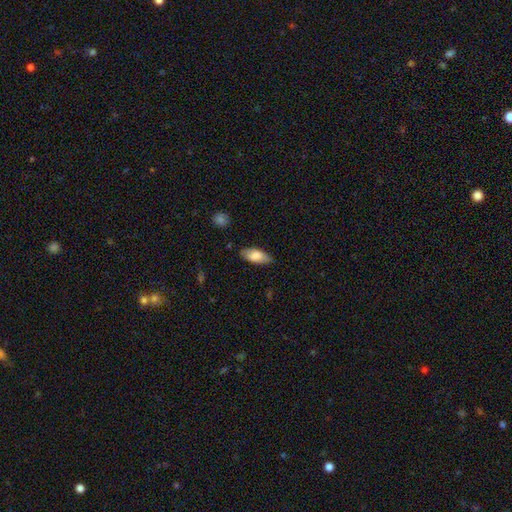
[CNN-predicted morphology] A smooth galaxy with no disk features (79%) that is in between round and cigar-shaped (84%).

Vote fractions:
- Smooth or featured? smooth: 79% / featured or disk: 15% / star or artifact: 6%
- How rounded? in between: 84% / cigar-shaped: 14% / round: 2%
- Merging? none: 79% / minor disturbance: 16% / major disturbance: 3% / merger: 1%